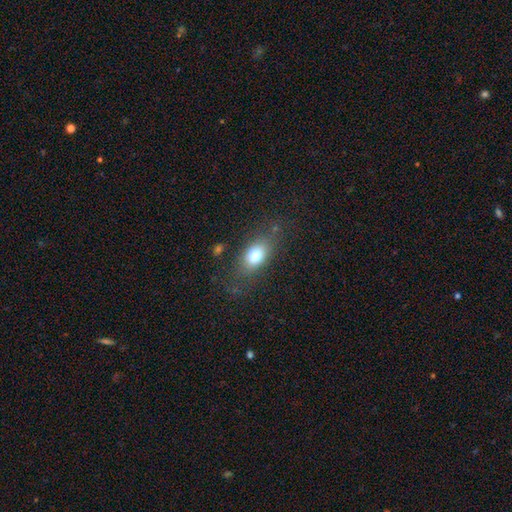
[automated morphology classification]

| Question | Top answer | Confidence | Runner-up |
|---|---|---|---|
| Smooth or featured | smooth | 75% | featured or disk (16%) |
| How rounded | in between | 78% | round (14%) |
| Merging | none | 76% | minor disturbance (16%) |